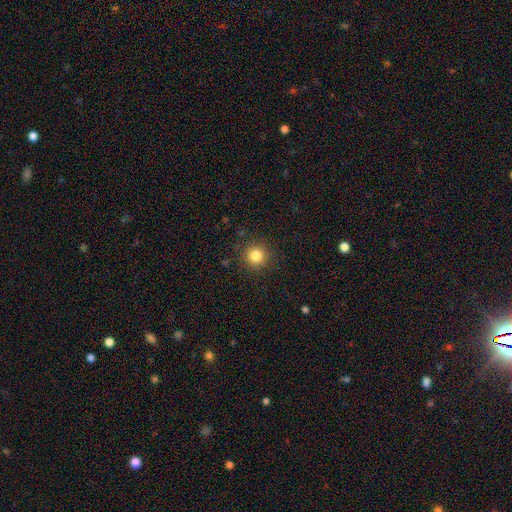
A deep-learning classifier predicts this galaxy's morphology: smooth_or_featured: smooth (p=0.83) [alt: star or artifact p=0.12]
how_rounded: round (p=0.94) [alt: in between p=0.05]
merging: none (p=0.89) [alt: minor disturbance p=0.07]